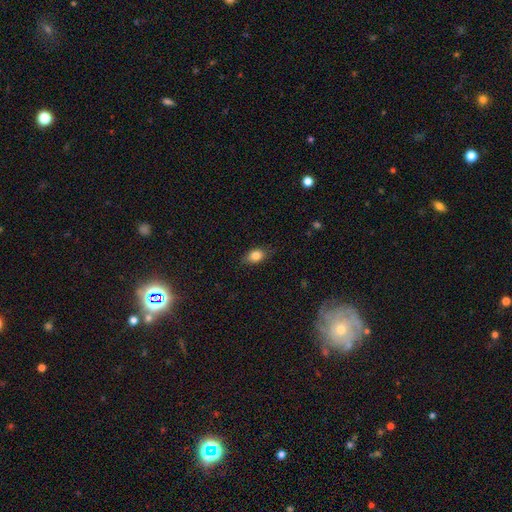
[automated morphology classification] Smooth or featured? smooth (83%)
How rounded? in between (78%)
Merging? none (80%)